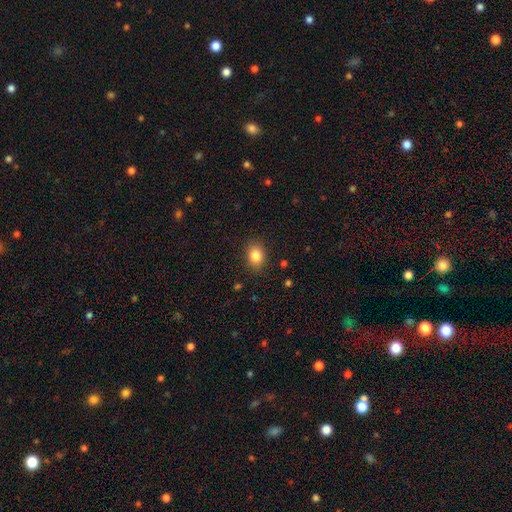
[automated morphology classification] This is clearly a smooth galaxy (84%). How rounded: likely in between (62%). Merging: clearly none (87%).